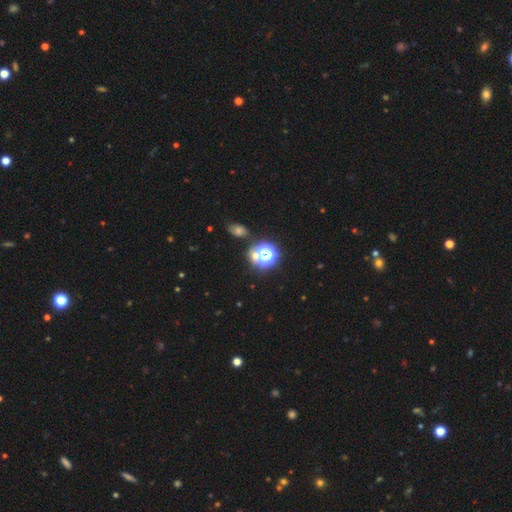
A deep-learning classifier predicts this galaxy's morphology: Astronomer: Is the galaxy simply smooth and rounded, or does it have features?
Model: star or artifact — 53% (runner-up: smooth, 37%).